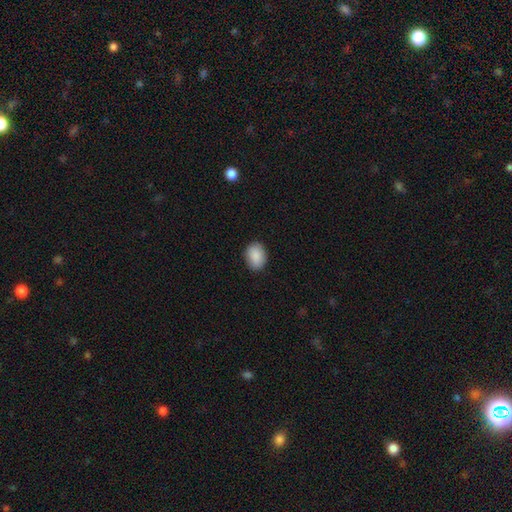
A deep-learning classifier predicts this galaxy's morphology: smooth 89%, star or artifact 7%, featured or disk 4%. Down the decision tree: how rounded — in between (76%); merging — none (86%).